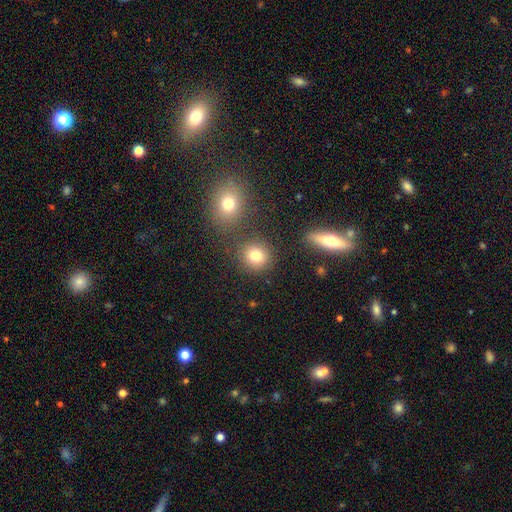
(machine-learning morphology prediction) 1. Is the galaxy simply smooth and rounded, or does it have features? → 79% smooth, 13% star or artifact, 8% featured or disk.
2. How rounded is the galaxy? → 85% round, 14% in between, 1% cigar-shaped.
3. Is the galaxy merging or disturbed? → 79% none, 9% merger, 8% minor disturbance, 3% major disturbance.